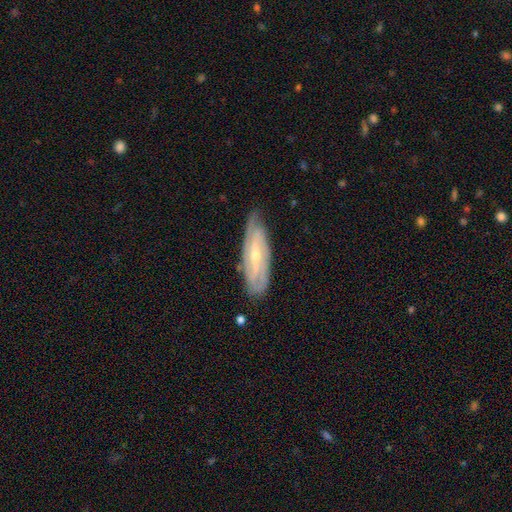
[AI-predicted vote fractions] This appears to be a featured or disk galaxy (82%) with a weak bar (39%), 2 (46%) tight (55%) spiral arms (93%) and a small central bulge (65%). Merging: none (76%).